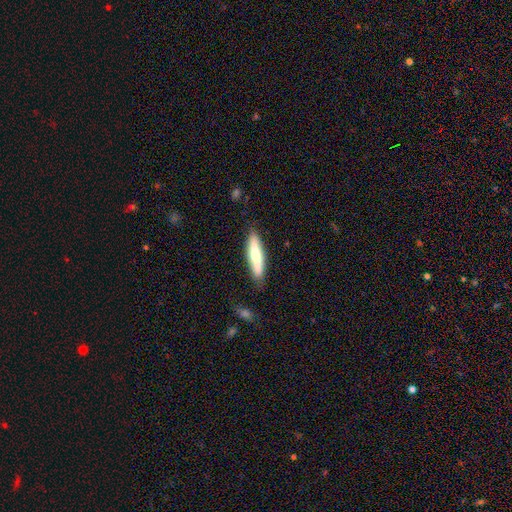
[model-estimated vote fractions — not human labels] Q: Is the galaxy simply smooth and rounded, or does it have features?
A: smooth — 60%.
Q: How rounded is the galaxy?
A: cigar-shaped — 81%.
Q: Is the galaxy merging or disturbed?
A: none — 82%.